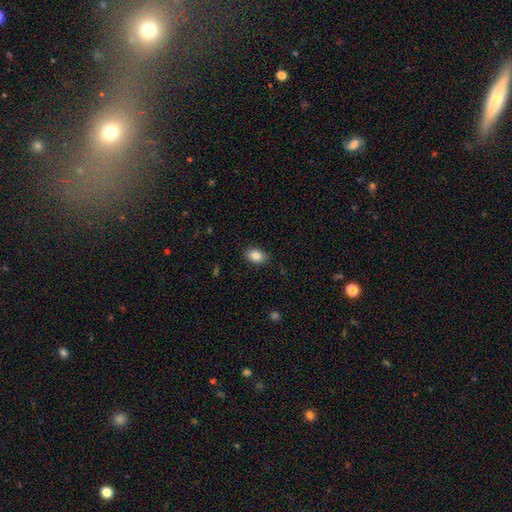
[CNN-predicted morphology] type=smooth (86%); roundness=in between (84%); merging=none (86%).